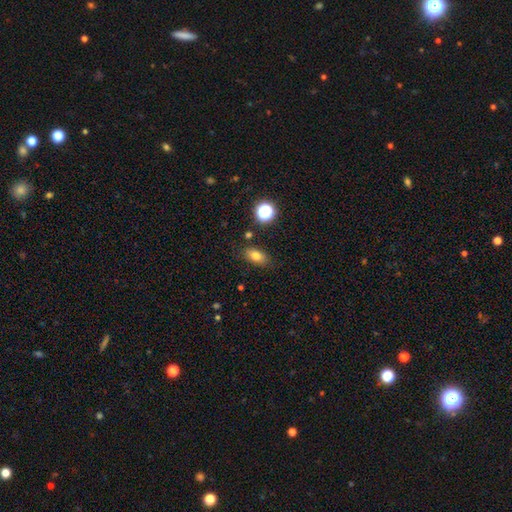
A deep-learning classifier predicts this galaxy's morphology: smooth-or-featured: smooth: 77% | star or artifact: 12% | featured or disk: 11%
  how-rounded: in between: 82% | round: 13% | cigar-shaped: 6%
  merging: none: 83% | minor disturbance: 11% | major disturbance: 3% | merger: 3%